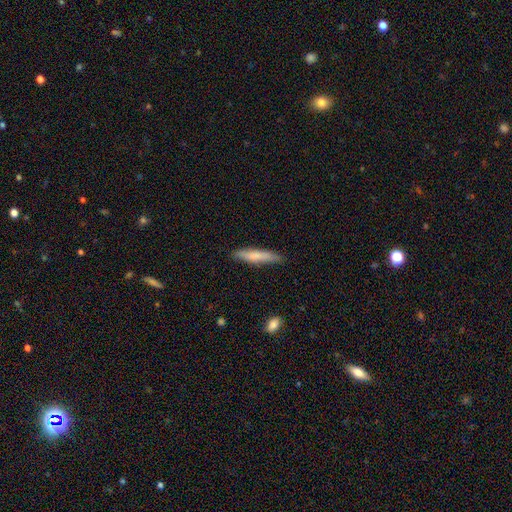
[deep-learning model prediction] A smooth galaxy with no disk features (75%) that is cigar-shaped (87%). Merging: none (84%).